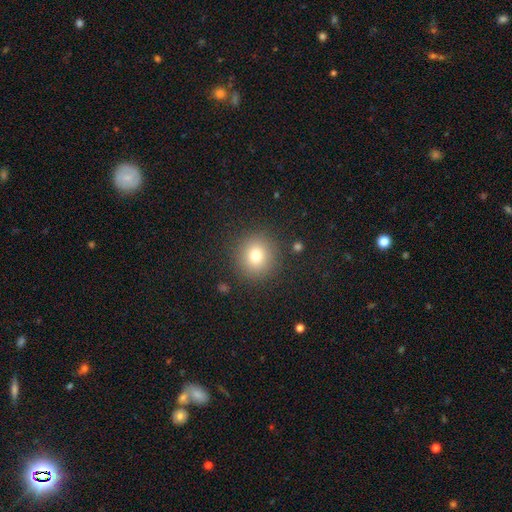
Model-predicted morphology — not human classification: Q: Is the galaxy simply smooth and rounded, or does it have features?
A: smooth — 76%.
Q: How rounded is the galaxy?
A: round — 92%.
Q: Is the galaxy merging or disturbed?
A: none — 89%.